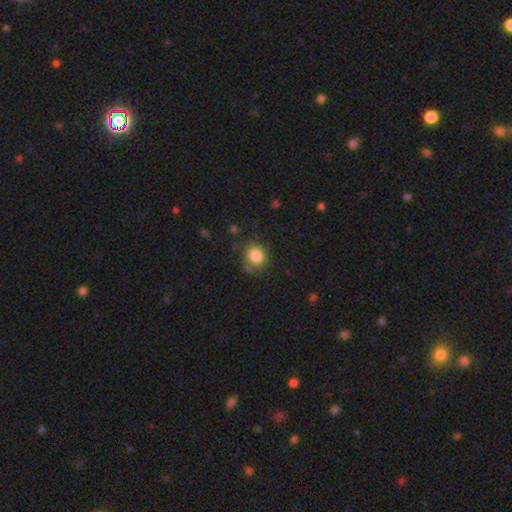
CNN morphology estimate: smooth 84%, star or artifact 10%, featured or disk 6%. Down the decision tree: how rounded — round (83%); merging — none (76%).